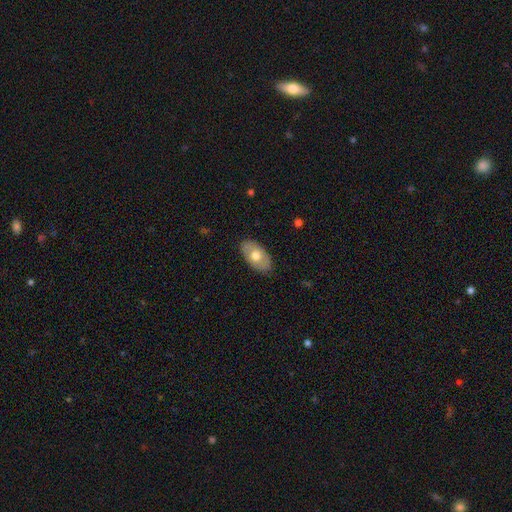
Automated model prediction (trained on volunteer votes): The model was most divided on "smooth or featured": smooth: 63%, featured or disk: 31%, star or artifact: 6%. More confident: how rounded — in between (93%); merging — none (86%).